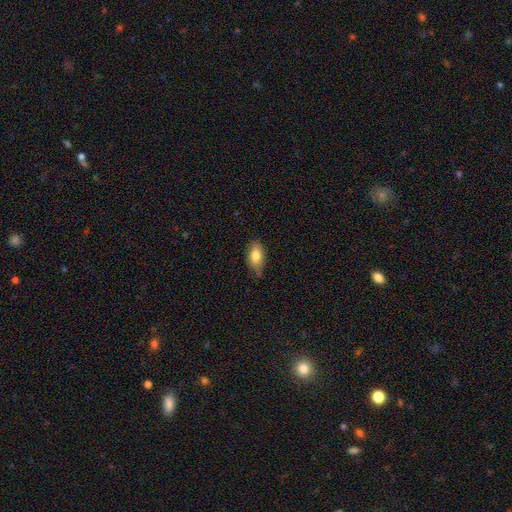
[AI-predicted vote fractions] Smooth or featured? smooth (81%)
How rounded? in between (90%)
Merging? none (74%)